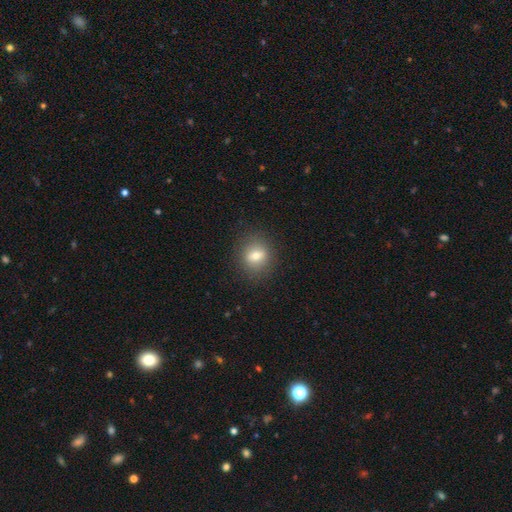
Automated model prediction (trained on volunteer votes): A smooth galaxy with no disk features (72%) that is round (61%).

Vote fractions:
- Smooth or featured? smooth: 72% / featured or disk: 17% / star or artifact: 11%
- How rounded? round: 61% / in between: 36% / cigar-shaped: 2%
- Merging? none: 86% / minor disturbance: 9% / major disturbance: 4% / merger: 1%